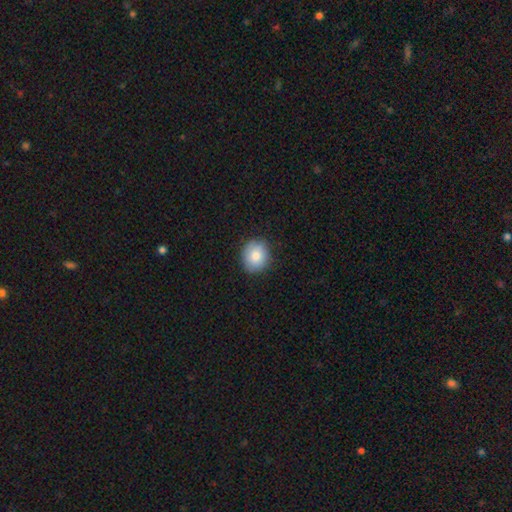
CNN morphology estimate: A smooth galaxy with no disk features (83%) that is round (73%).

Vote fractions:
- Smooth or featured? smooth: 83% / featured or disk: 9% / star or artifact: 8%
- How rounded? round: 73% / in between: 26% / cigar-shaped: 1%
- Merging? none: 86% / minor disturbance: 11% / major disturbance: 2% / merger: 1%